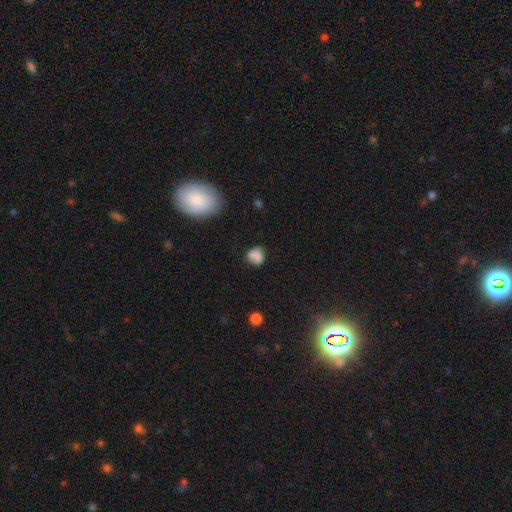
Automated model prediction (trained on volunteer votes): A smooth galaxy with no disk features (75%) that is round (60%). Merging: none (57%).